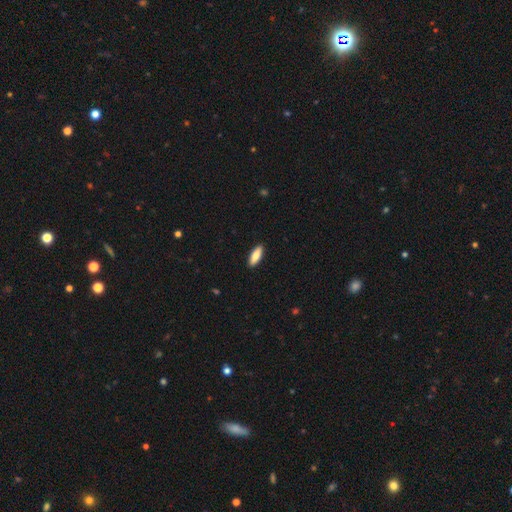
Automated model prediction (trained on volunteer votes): smooth 80%, featured or disk 15%, star or artifact 6%. Down the decision tree: how rounded — in between (62%); merging — none (91%).